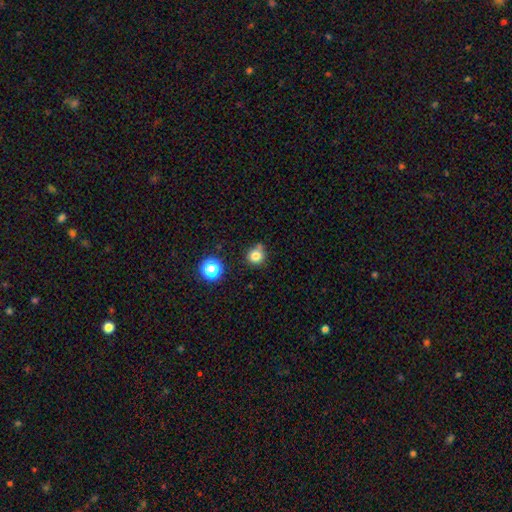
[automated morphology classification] This is clearly a smooth galaxy (81%). How rounded: clearly round (91%). Merging: likely none (69%).